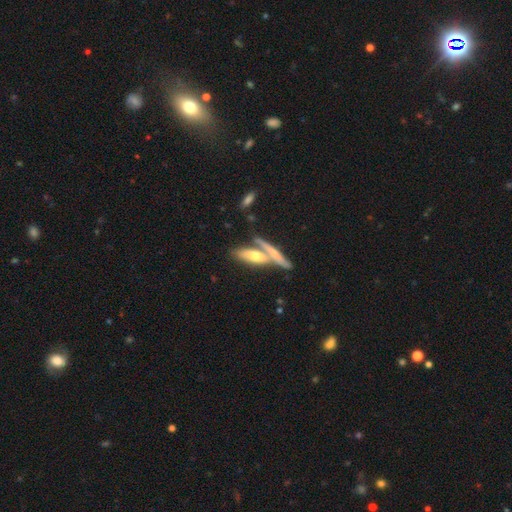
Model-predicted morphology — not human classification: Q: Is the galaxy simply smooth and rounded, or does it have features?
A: smooth — 50%.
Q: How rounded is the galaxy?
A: cigar-shaped — 59%.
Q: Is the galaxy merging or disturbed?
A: merger — 44%.